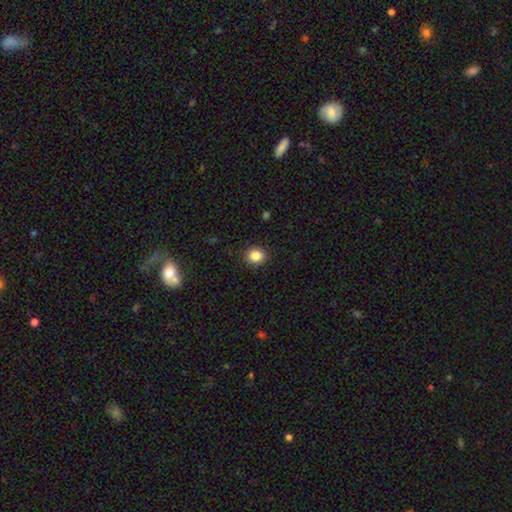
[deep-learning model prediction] This appears to be a smooth galaxy with no disk features (85%) that is round (78%). Merging: none (90%).